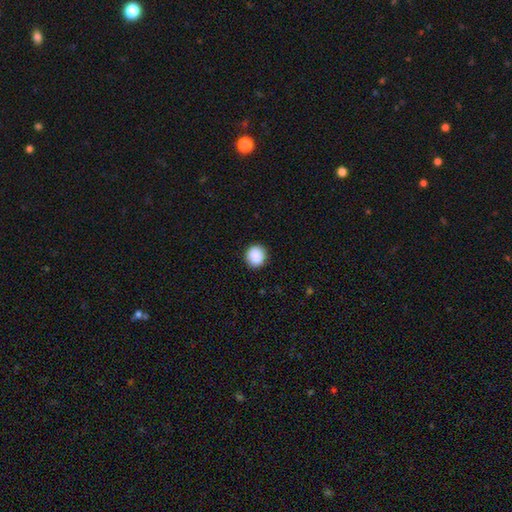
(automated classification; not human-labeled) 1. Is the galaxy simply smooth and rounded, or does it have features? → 90% smooth, 8% star or artifact, 2% featured or disk.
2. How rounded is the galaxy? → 90% round, 9% in between, 1% cigar-shaped.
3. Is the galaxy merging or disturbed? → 92% none, 6% minor disturbance, 2% major disturbance, 1% merger.